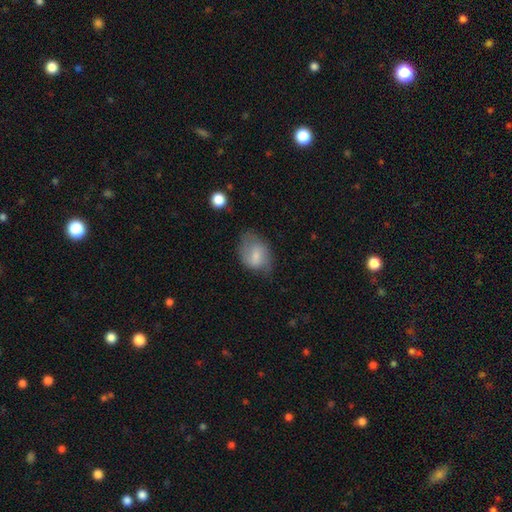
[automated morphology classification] smooth-or-featured: smooth: 63% | featured or disk: 30% | star or artifact: 7%
  how-rounded: in between: 75% | round: 24% | cigar-shaped: 1%
  merging: none: 49% | minor disturbance: 34% | major disturbance: 15% | merger: 2%